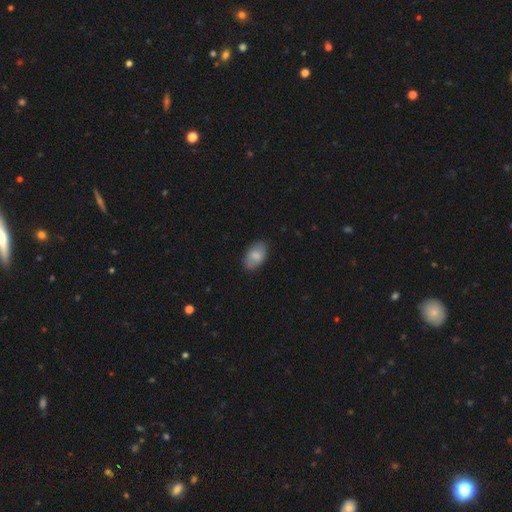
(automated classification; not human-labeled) Smooth or featured? Predicted: smooth (p=0.80). How rounded? Predicted: in between (p=0.92). Merging? Predicted: none (p=0.83).